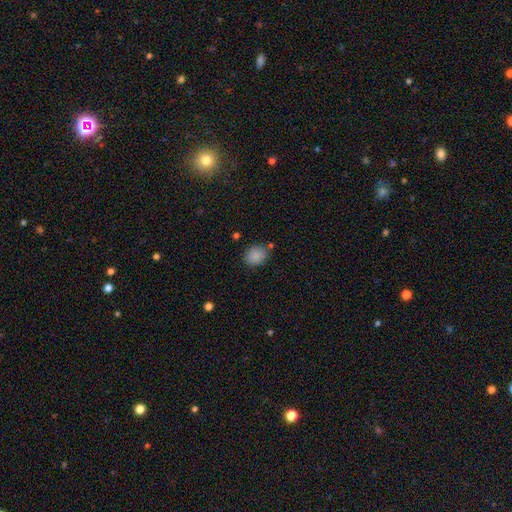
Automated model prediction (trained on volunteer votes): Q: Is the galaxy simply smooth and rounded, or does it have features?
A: smooth — 87%.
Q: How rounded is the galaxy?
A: round — 57%.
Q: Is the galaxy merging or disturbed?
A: none — 78%.